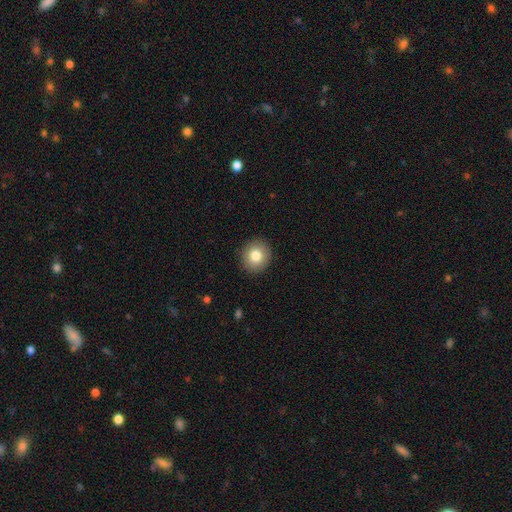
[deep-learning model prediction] Q: Smooth or featured?
A: smooth (81%); runner-up: featured or disk (10%)
Q: How rounded?
A: round (86%); runner-up: in between (13%)
Q: Merging?
A: none (91%); runner-up: minor disturbance (6%)